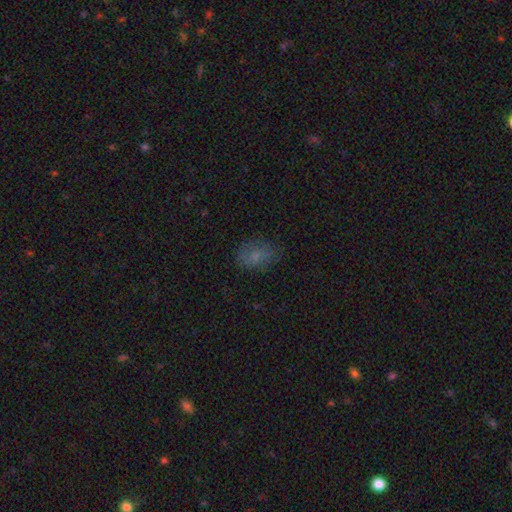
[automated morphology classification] This appears to be a smooth galaxy with no disk features (70%) that is in between round and cigar-shaped (74%). Merging: none (71%).